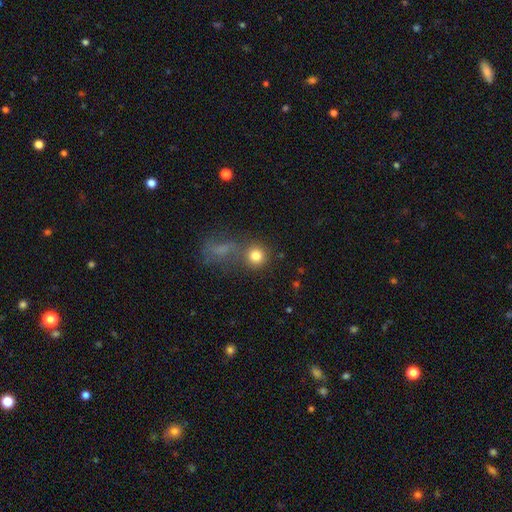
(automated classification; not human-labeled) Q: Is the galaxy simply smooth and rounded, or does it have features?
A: smooth — 80%.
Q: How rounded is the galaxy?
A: round — 89%.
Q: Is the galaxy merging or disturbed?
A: none — 63%.